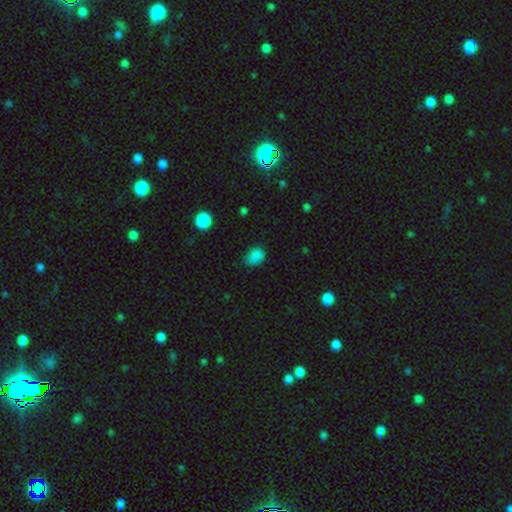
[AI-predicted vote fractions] This appears to be a smooth galaxy with no disk features (83%) that is in between round and cigar-shaped (69%). Merging: none (63%).